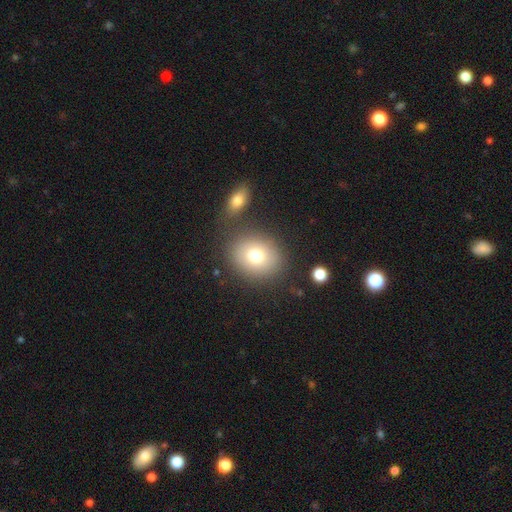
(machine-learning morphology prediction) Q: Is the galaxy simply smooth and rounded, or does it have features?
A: smooth — 76%.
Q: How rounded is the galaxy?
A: round — 66%.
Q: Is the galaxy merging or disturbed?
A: none — 77%.